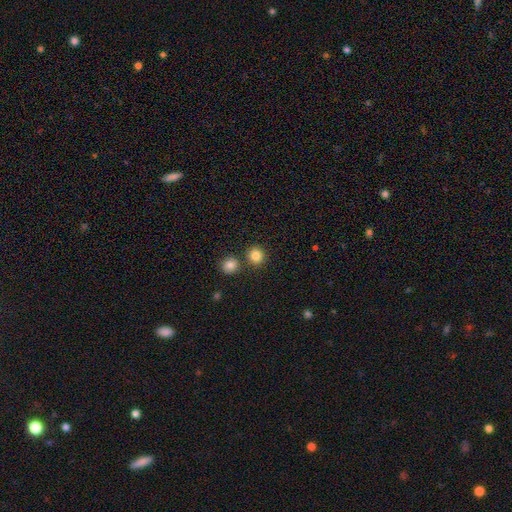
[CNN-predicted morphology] Smooth or featured? Predicted: smooth (p=0.84). How rounded? Predicted: round (p=0.89). Merging? Predicted: none (p=0.80).